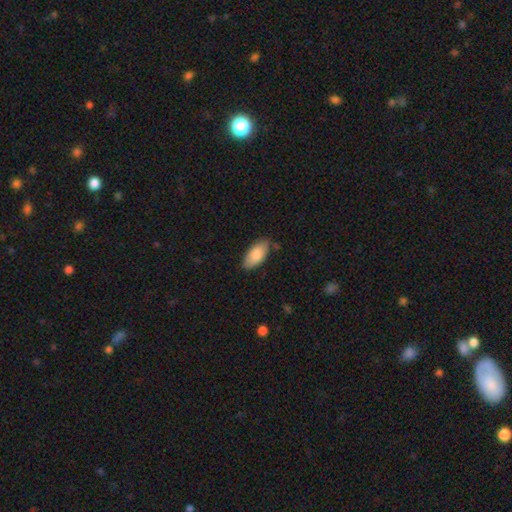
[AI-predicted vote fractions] smooth_or_featured: smooth (p=0.83) [alt: featured or disk p=0.12]
how_rounded: in between (p=0.92) [alt: cigar-shaped p=0.06]
merging: none (p=0.77) [alt: minor disturbance p=0.18]